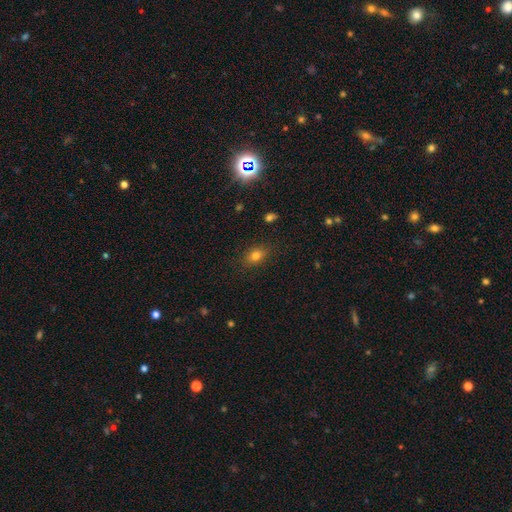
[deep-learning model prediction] A smooth galaxy with no disk features (77%) that is in between round and cigar-shaped (70%).

Vote fractions:
- Smooth or featured? smooth: 77% / star or artifact: 13% / featured or disk: 10%
- How rounded? in between: 70% / round: 28% / cigar-shaped: 2%
- Merging? none: 83% / minor disturbance: 12% / major disturbance: 3% / merger: 1%